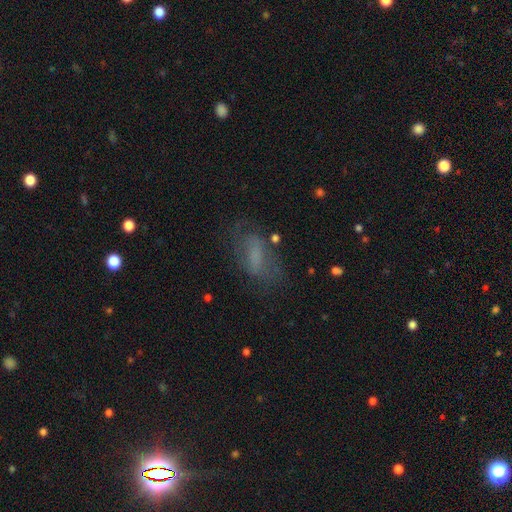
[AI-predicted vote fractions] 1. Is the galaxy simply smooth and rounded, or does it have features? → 55% smooth, 31% featured or disk, 15% star or artifact.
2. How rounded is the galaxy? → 75% in between, 20% cigar-shaped, 5% round.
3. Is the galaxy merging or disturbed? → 57% none, 21% minor disturbance, 19% major disturbance, 3% merger.